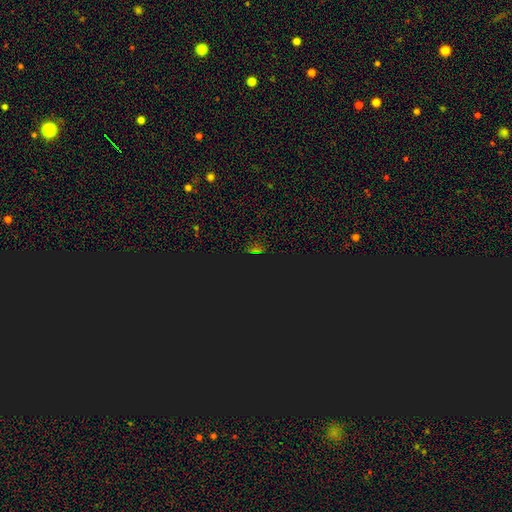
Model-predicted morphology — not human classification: The model was most divided on "smooth or featured": star or artifact: 73%, smooth: 20%, featured or disk: 7%.